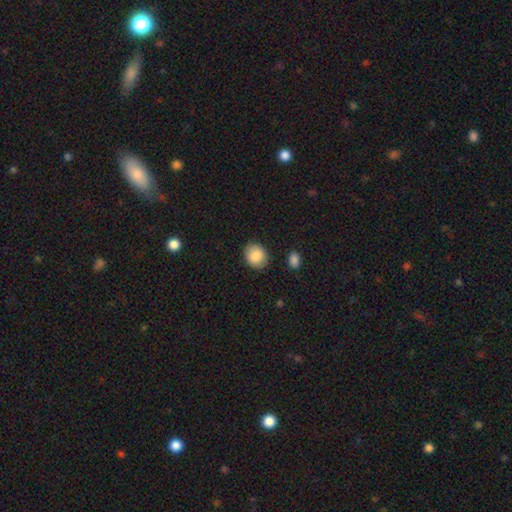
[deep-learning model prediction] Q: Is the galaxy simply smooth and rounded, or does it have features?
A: smooth — 88%.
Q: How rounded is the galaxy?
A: round — 65%.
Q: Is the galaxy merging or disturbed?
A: none — 86%.